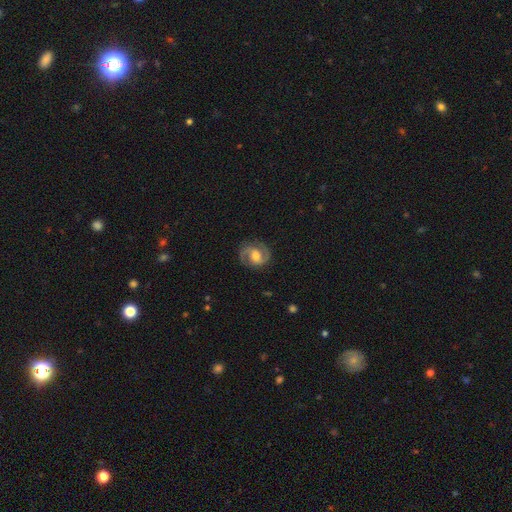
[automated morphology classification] Smooth or featured: featured or disk — 86% (smooth — 9%)
Edge-on disk: no — 98% (yes — 2%)
Bar: weak — 49% (no — 34%)
Spiral arms: yes — 97% (no — 3%)
Spiral winding: medium — 57% (tight — 29%)
Spiral arm count: 2 — 93% (can't tell — 2%)
Bulge size: moderate — 59% (small — 18%)
Merging: none — 85% (minor disturbance — 11%)